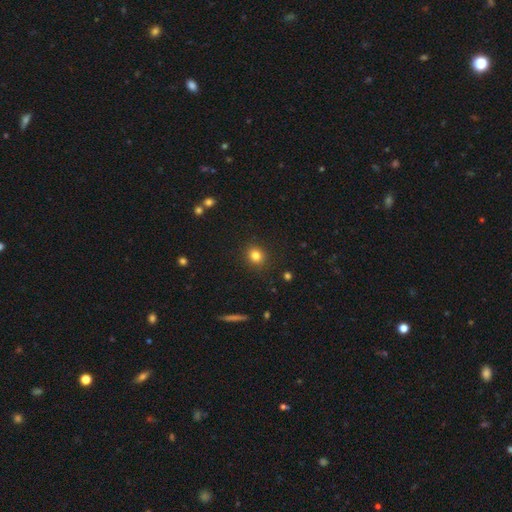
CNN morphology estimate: A smooth galaxy with no disk features (81%) that is round (78%). Merging: none (90%).